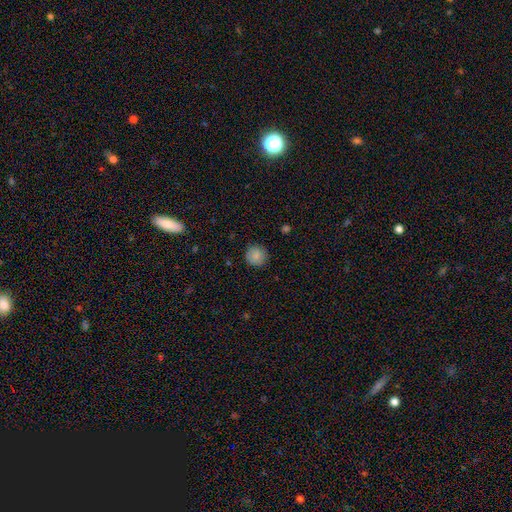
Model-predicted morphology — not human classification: A smooth galaxy with no disk features (85%) that is round (93%). Merging: none (88%).